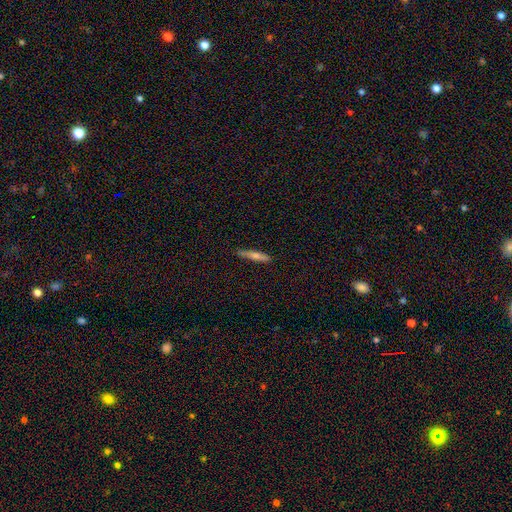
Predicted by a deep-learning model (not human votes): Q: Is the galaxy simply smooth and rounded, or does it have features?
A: smooth — 57%.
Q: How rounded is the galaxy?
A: cigar-shaped — 90%.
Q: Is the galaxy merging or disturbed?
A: none — 87%.